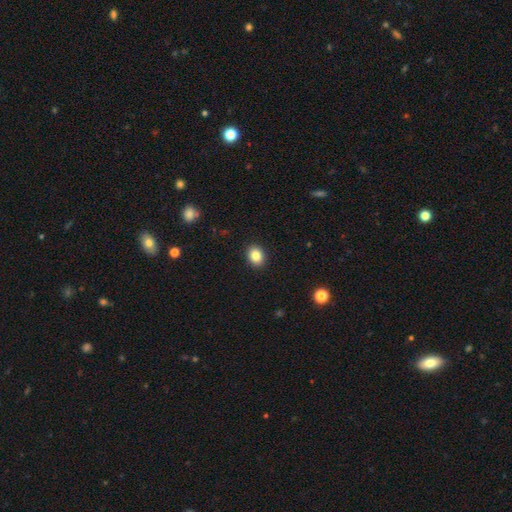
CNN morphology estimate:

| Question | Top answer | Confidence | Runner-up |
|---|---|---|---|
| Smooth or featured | smooth | 85% | star or artifact (9%) |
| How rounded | in between | 56% | round (43%) |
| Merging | none | 91% | minor disturbance (6%) |